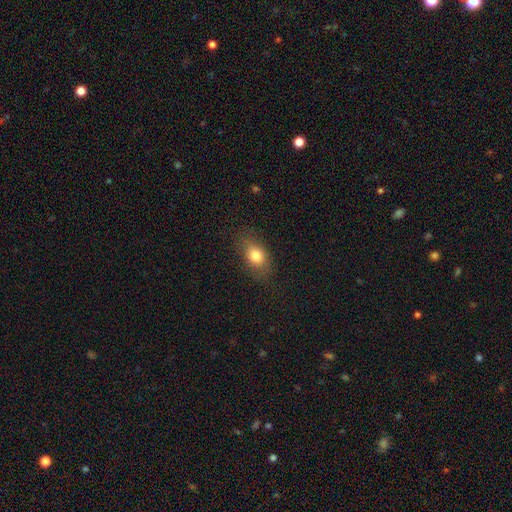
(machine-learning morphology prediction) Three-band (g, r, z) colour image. It shows a smooth galaxy with no disk features (79%) that is in between round and cigar-shaped (74%). Merging: none (78%).